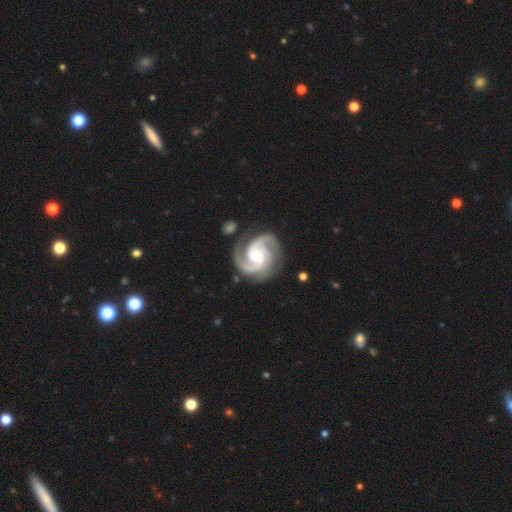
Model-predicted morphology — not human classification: Smooth or featured?
  - featured or disk: 94% *
  - star or artifact: 3%
  - smooth: 3%
Edge-on disk?
  - no: 98% *
  - yes: 2%
Bar?
  - no: 64% *
  - weak: 27%
  - strong: 9%
Spiral arms?
  - yes: 99% *
  - no: 1%
Spiral winding?
  - tight: 49% *
  - medium: 45%
  - loose: 6%
Spiral arm count?
  - 2: 46% *
  - 3: 41%
  - can't tell: 4%
  - 4: 3%
  - 1: 3%
  - more than 4: 3%
Bulge size?
  - moderate: 50% *
  - small: 46%
  - large: 2%
  - none: 1%
  - dominant: 1%
Merging?
  - none: 78% *
  - minor disturbance: 15%
  - major disturbance: 5%
  - merger: 2%